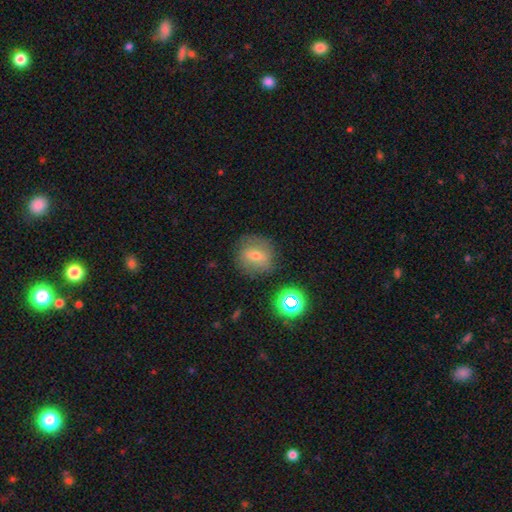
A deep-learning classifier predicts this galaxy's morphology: smooth 60%, featured or disk 24%, star or artifact 16%. Down the decision tree: how rounded — round (81%); merging — none (77%).